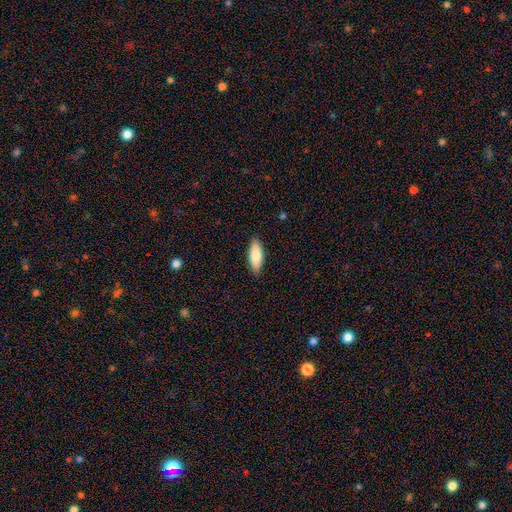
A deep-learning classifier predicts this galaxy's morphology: A smooth galaxy with no disk features (82%) that is in between round and cigar-shaped (65%). Merging: none (88%).